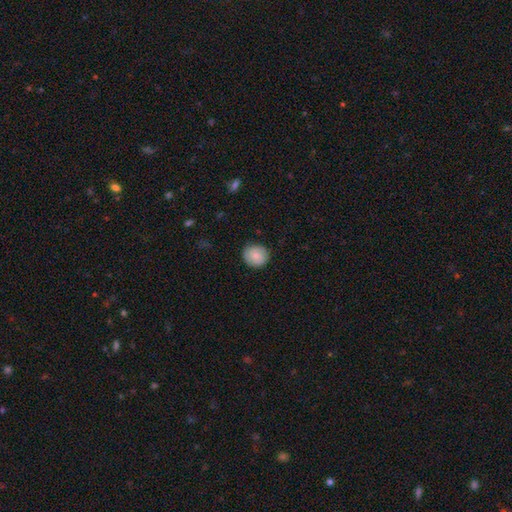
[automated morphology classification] This is likely a smooth galaxy (77%). How rounded: clearly round (86%). Merging: clearly none (85%).